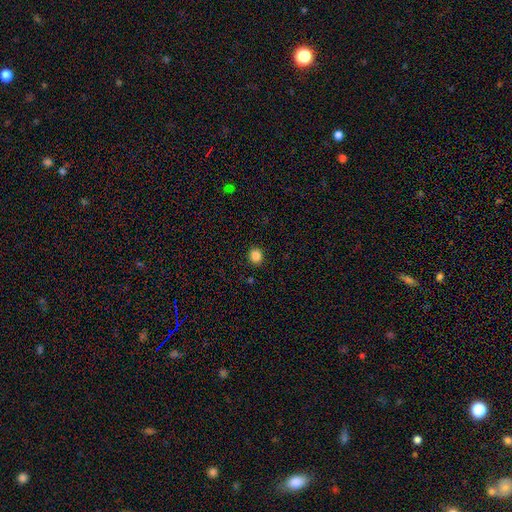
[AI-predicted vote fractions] smooth-or-featured: smooth: 85% | star or artifact: 11% | featured or disk: 3%
  how-rounded: round: 76% | in between: 23% | cigar-shaped: 1%
  merging: none: 90% | minor disturbance: 7% | major disturbance: 2% | merger: 1%